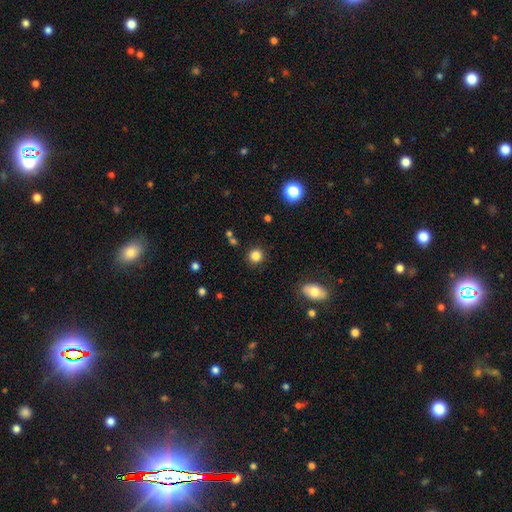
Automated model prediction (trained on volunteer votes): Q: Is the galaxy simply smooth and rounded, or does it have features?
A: smooth — 84%.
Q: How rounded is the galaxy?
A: round — 91%.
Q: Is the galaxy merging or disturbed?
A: none — 89%.